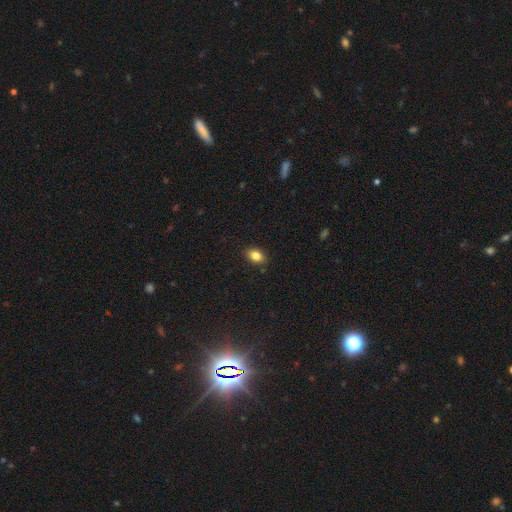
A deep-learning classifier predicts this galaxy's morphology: Q: Smooth or featured?
A: smooth (83%); runner-up: star or artifact (9%)
Q: How rounded?
A: in between (82%); runner-up: round (16%)
Q: Merging?
A: none (88%); runner-up: minor disturbance (9%)